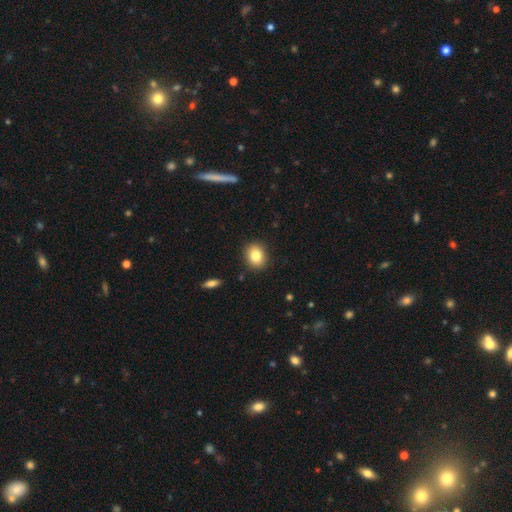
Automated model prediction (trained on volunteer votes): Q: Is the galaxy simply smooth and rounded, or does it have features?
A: smooth — 83%.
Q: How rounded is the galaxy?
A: round — 57%.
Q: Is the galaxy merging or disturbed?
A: none — 89%.